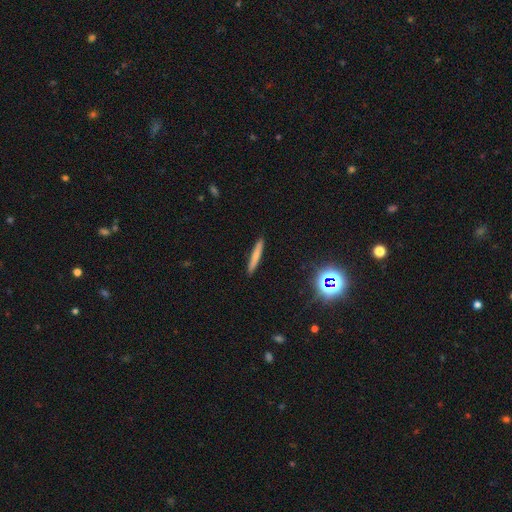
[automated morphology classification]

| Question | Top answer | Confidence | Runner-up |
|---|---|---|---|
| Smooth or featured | smooth | 69% | featured or disk (21%) |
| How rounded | cigar-shaped | 95% | in between (4%) |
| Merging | none | 91% | minor disturbance (6%) |